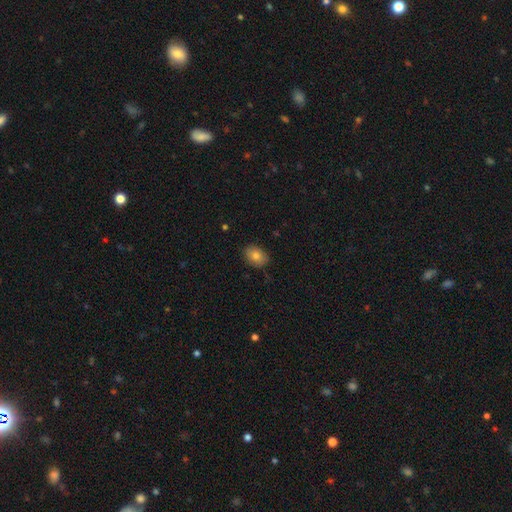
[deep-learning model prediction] Morphology: type=smooth (81%); roundness=in between (69%); merging=none (85%).